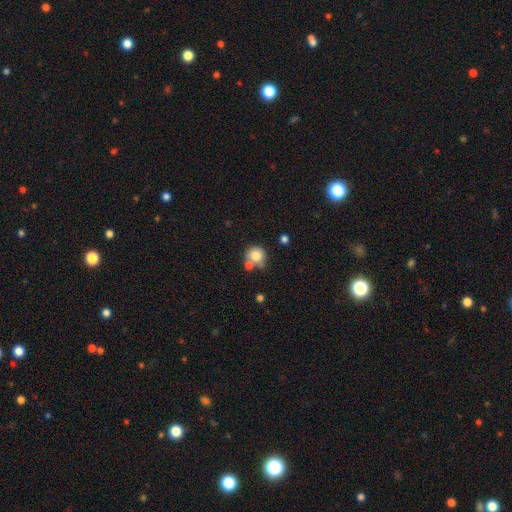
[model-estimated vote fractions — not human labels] This is likely a smooth galaxy (79%). How rounded: clearly round (88%). Merging: possibly none (52%).